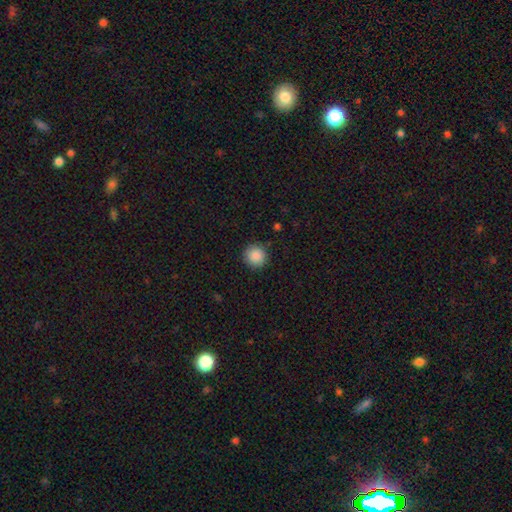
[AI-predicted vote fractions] smooth-or-featured: smooth: 88% | star or artifact: 8% | featured or disk: 3%
  how-rounded: round: 94% | in between: 5% | cigar-shaped: 1%
  merging: none: 90% | minor disturbance: 7% | major disturbance: 2% | merger: 1%